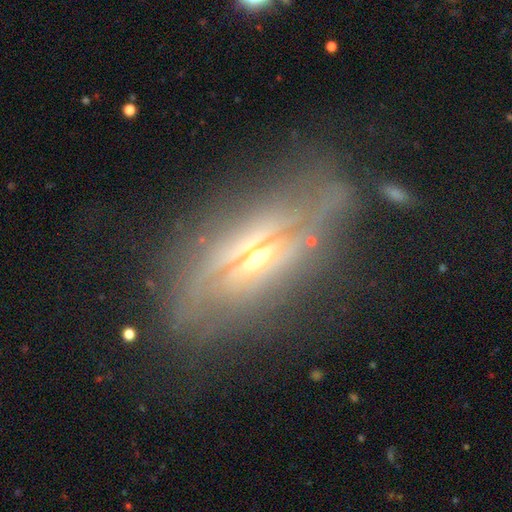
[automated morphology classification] Overall: featured or disk (77%). Edge-on disk: yes (74%). Edge-on bulge: rounded (89%). Merging: none (66%).